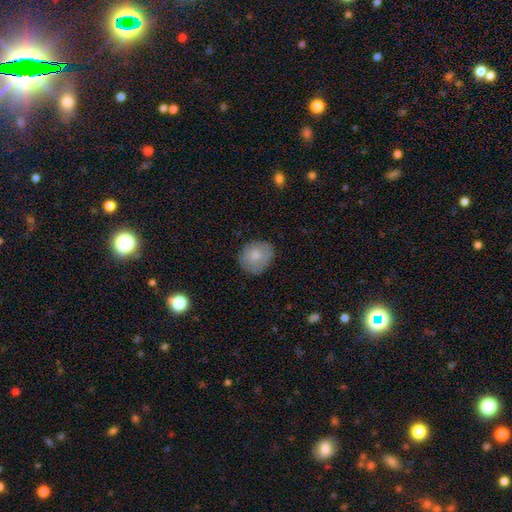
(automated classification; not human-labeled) This is likely a smooth galaxy (77%). How rounded: likely round (72%). Merging: likely none (76%).